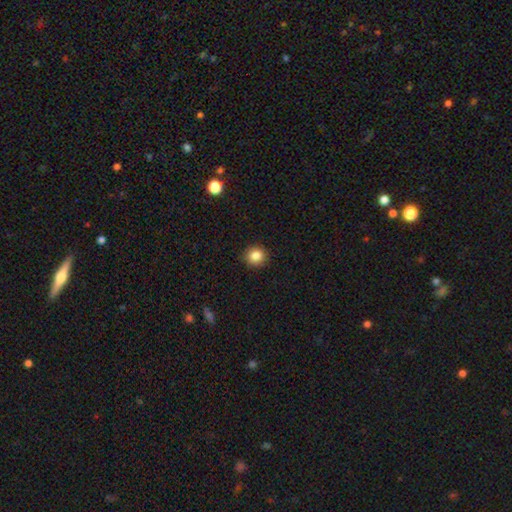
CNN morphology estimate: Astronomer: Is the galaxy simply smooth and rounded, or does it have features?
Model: smooth — 85%.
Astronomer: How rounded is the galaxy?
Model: round — 90%.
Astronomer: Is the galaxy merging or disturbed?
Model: none — 91%.